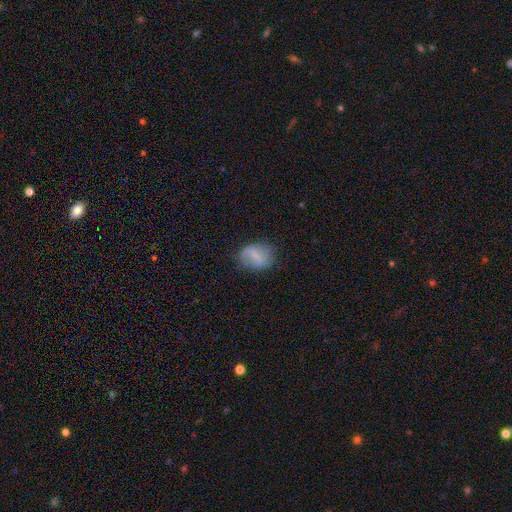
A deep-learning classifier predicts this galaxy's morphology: type=smooth (59%); roundness=in between (61%); merging=none (67%).